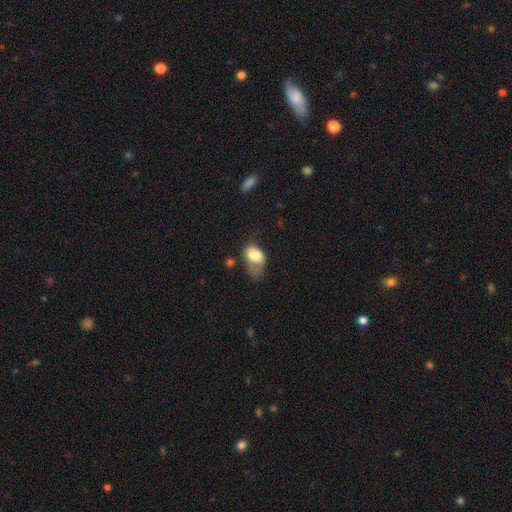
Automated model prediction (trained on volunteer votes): Morphology: type=smooth (70%); roundness=in between (85%); merging=major disturbance (44%).